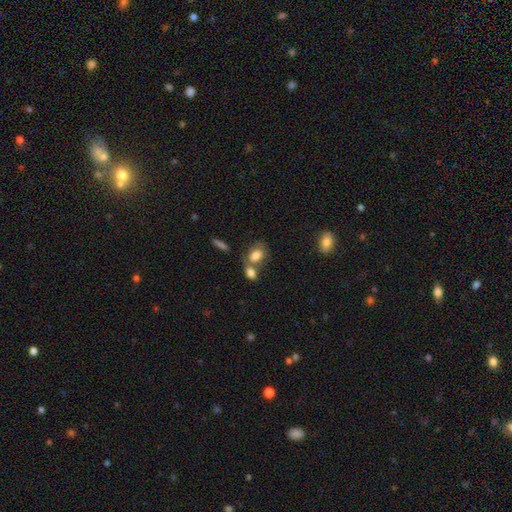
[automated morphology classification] smooth-or-featured: smooth: 78% | featured or disk: 14% | star or artifact: 8%
  how-rounded: in between: 82% | round: 16% | cigar-shaped: 2%
  merging: none: 41% (tied) | merger: 41% (tied) | minor disturbance: 13% | major disturbance: 6%